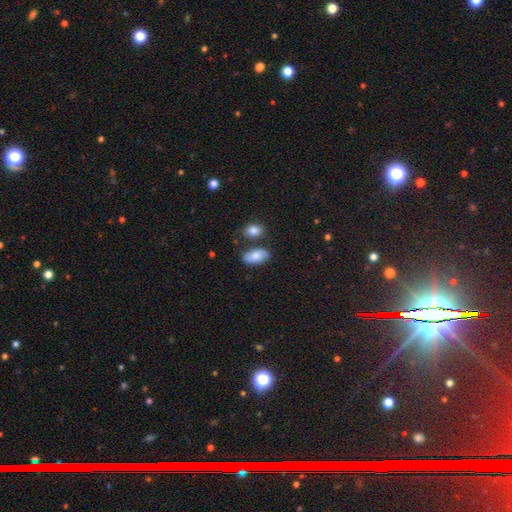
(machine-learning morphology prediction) Smooth or featured: smooth — 75% (featured or disk — 18%)
How rounded: in between — 92% (round — 5%)
Merging: none — 71% (minor disturbance — 15%)